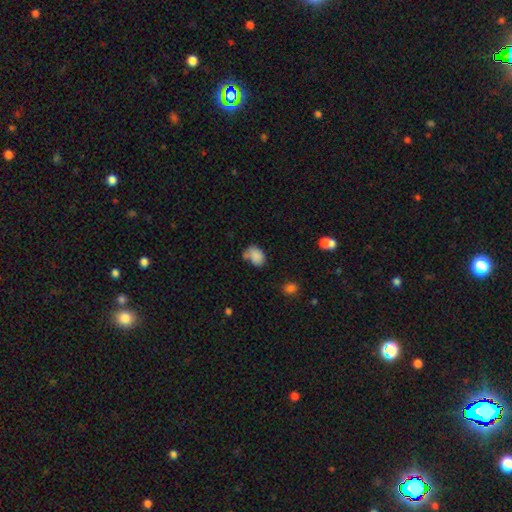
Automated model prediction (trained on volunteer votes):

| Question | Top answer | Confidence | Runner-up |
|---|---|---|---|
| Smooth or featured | smooth | 84% | star or artifact (9%) |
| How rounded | in between | 73% | round (26%) |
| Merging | none | 48% | minor disturbance (26%) |